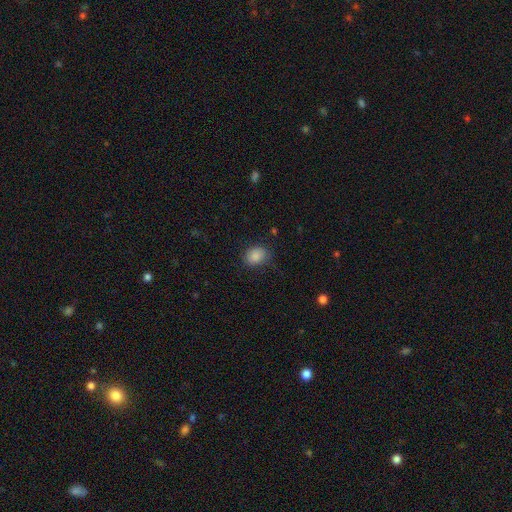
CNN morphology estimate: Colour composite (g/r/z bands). It shows a smooth galaxy with no disk features (86%) that is in between round and cigar-shaped (55%). Merging: none (78%).